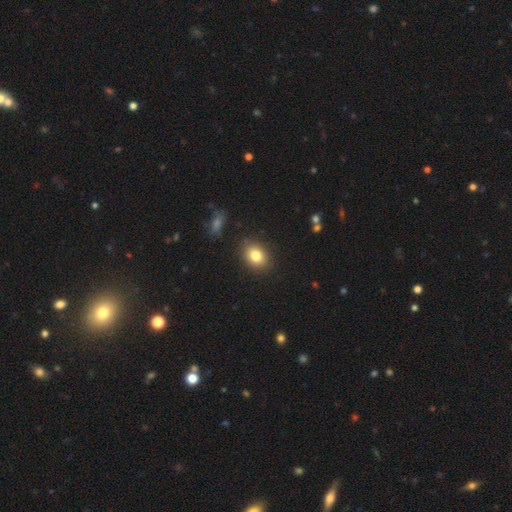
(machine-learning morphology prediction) The model was most divided on "how rounded": in between: 56%, round: 43%, cigar-shaped: 1%. More confident: merging — none (87%); smooth or featured — smooth (82%).